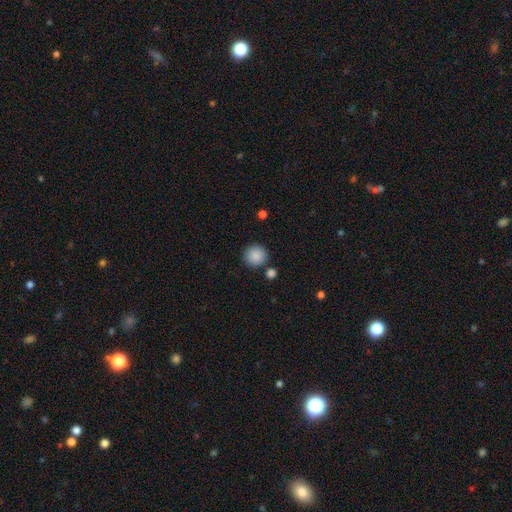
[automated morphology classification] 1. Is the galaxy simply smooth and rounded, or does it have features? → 88% smooth, 8% star or artifact, 3% featured or disk.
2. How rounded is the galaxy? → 93% round, 6% in between, 1% cigar-shaped.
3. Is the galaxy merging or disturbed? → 84% none, 8% minor disturbance, 6% merger, 2% major disturbance.